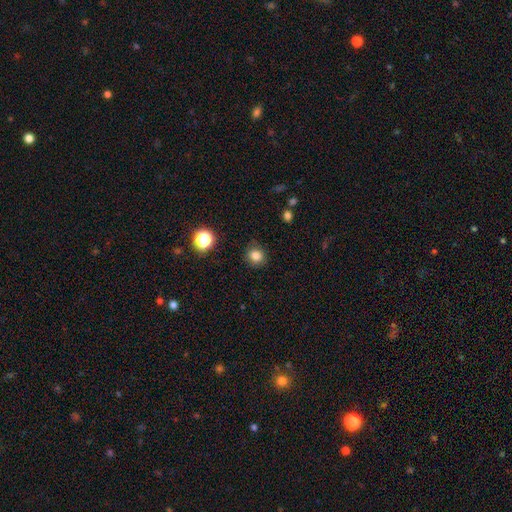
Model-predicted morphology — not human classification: Smooth or featured?
  - smooth: 82% *
  - star or artifact: 13%
  - featured or disk: 5%
How rounded?
  - round: 81% *
  - in between: 18%
  - cigar-shaped: 1%
Merging?
  - none: 85% *
  - minor disturbance: 11%
  - major disturbance: 3%
  - merger: 1%